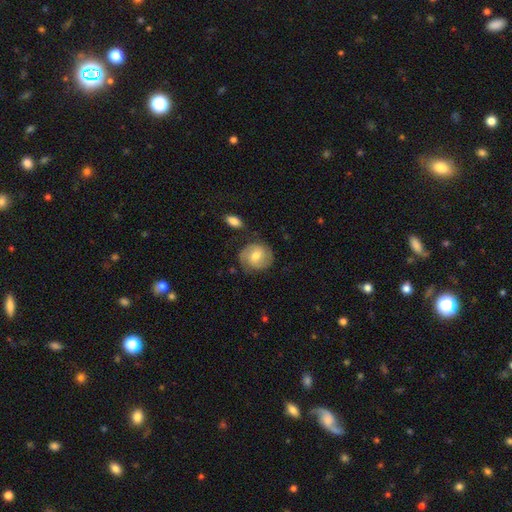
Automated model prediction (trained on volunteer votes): featured or disk 54%, smooth 39%, star or artifact 7%. Down the decision tree: edge-on disk — no (97%); bar — weak (47%); spiral arms — yes (84%); bulge size — moderate (70%); merging — none (73%).